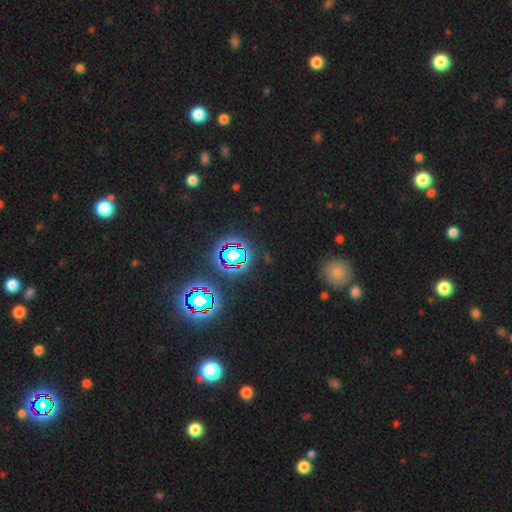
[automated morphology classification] This appears to be a star or artifact, not a galaxy (77%).